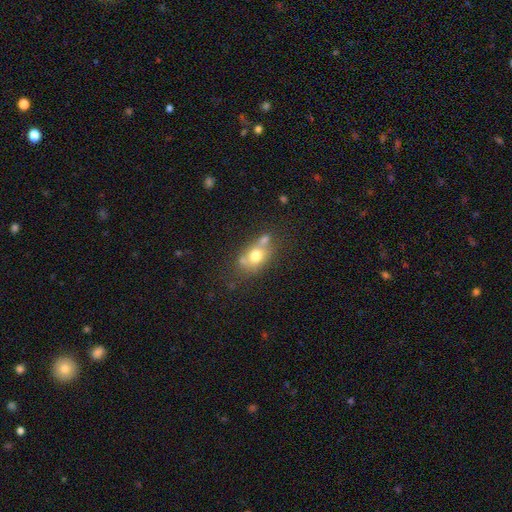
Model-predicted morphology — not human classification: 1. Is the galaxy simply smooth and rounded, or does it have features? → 67% smooth, 22% featured or disk, 11% star or artifact.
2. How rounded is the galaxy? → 61% in between, 36% round, 2% cigar-shaped.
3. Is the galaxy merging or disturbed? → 44% none, 33% merger, 16% minor disturbance, 7% major disturbance.